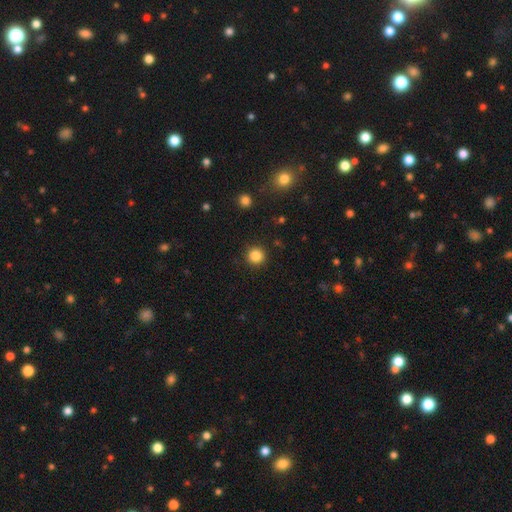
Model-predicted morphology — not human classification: smooth-or-featured: smooth: 85% | star or artifact: 11% | featured or disk: 4%
  how-rounded: round: 95% | in between: 4% | cigar-shaped: 1%
  merging: none: 92% | minor disturbance: 5% | major disturbance: 2% | merger: 1%